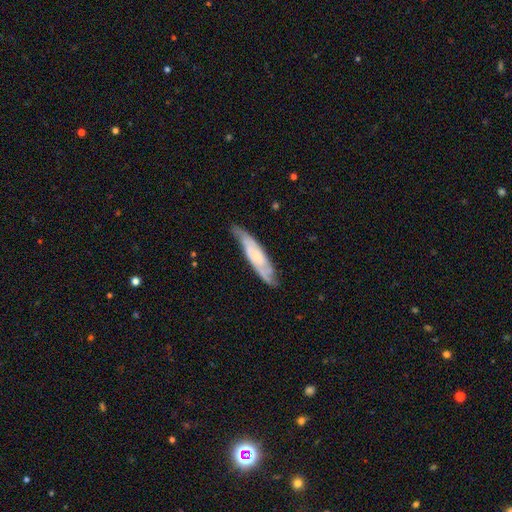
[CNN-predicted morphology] A featured or disk galaxy (68%).

Vote fractions:
- Smooth or featured? featured or disk: 68% / smooth: 26% / star or artifact: 6%
- Edge-on disk? no: 68% / yes: 32%
- Merging? none: 73% / minor disturbance: 21% / major disturbance: 5% / merger: 2%